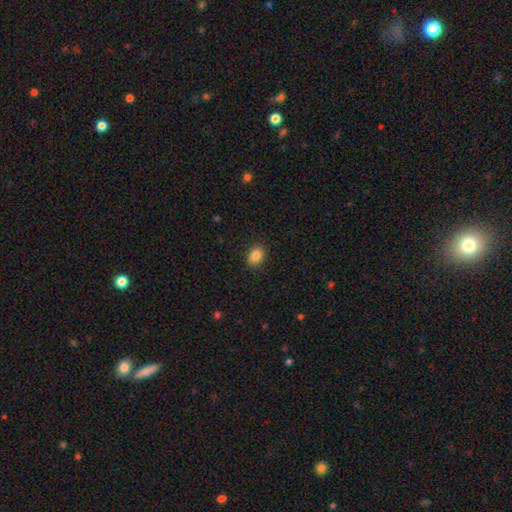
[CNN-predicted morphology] smooth-or-featured: smooth: 85% | star or artifact: 10% | featured or disk: 5%
  how-rounded: in between: 59% | round: 40% | cigar-shaped: 1%
  merging: none: 89% | minor disturbance: 8% | major disturbance: 2% | merger: 1%